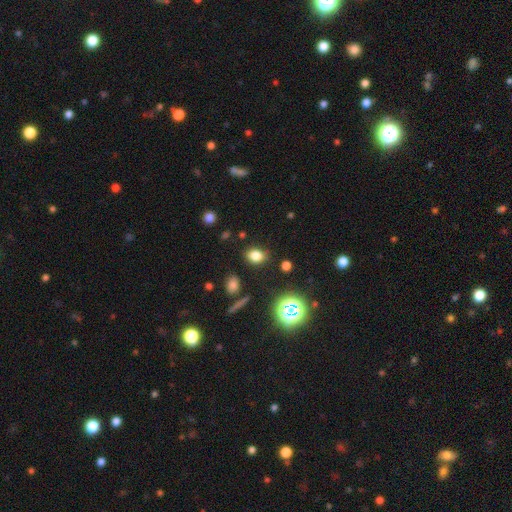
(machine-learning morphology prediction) A smooth galaxy with no disk features (78%) that is in between round and cigar-shaped (70%). Merging: none (82%).